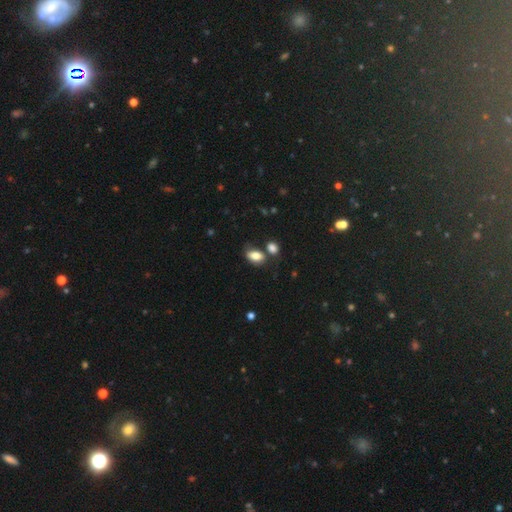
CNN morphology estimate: The model was most divided on "merging": none: 57%, merger: 20%, minor disturbance: 17%, major disturbance: 5%. More confident: how rounded — in between (88%); smooth or featured — smooth (82%).